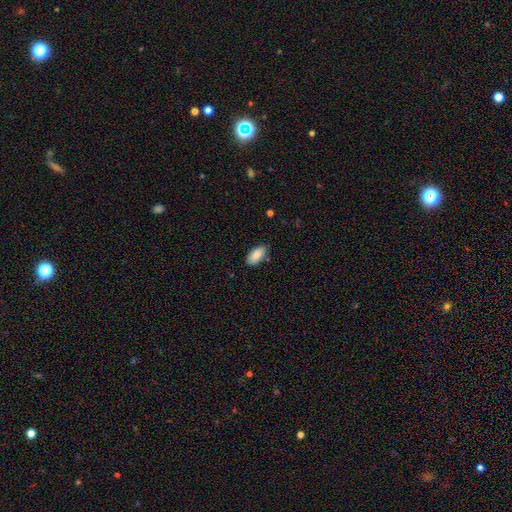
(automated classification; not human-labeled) Morphology: type=smooth (86%); roundness=in between (93%); merging=none (78%).